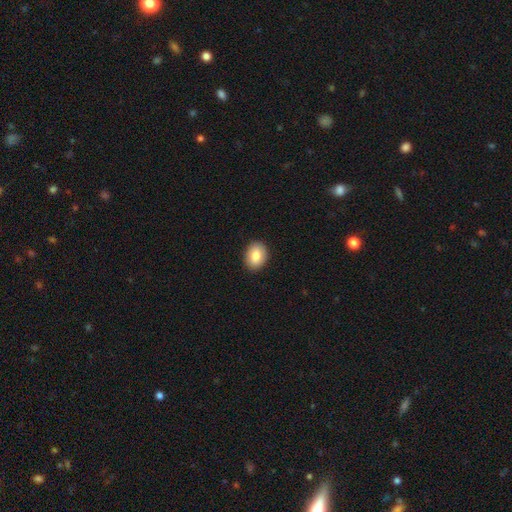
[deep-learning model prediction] Smooth or featured: smooth — 83% (featured or disk — 10%)
How rounded: in between — 68% (round — 31%)
Merging: none — 90% (minor disturbance — 7%)